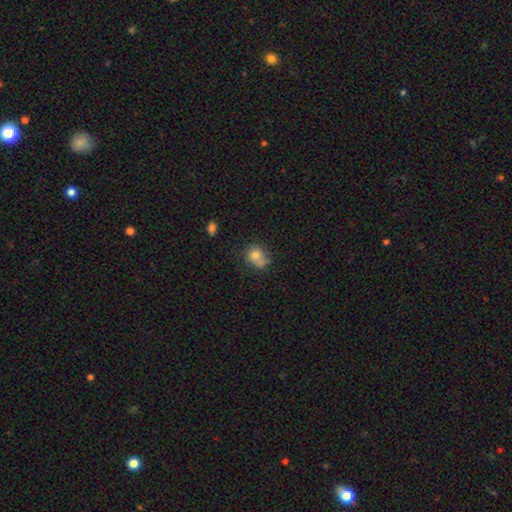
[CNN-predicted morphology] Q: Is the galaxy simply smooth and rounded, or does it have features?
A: smooth — 74%.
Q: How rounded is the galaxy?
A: round — 67%.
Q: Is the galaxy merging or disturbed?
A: none — 42%.